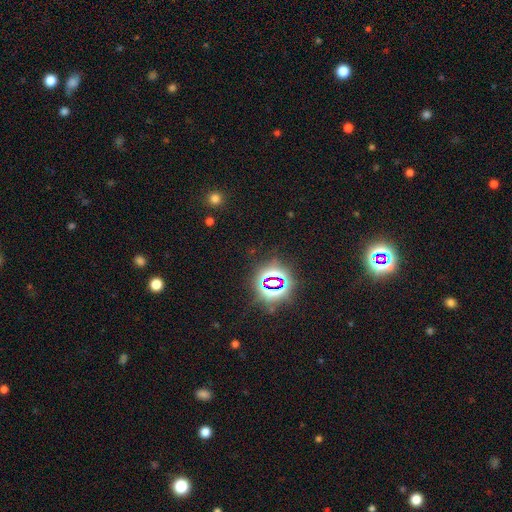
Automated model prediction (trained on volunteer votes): This is likely a star or artifact rather than a galaxy (77%).